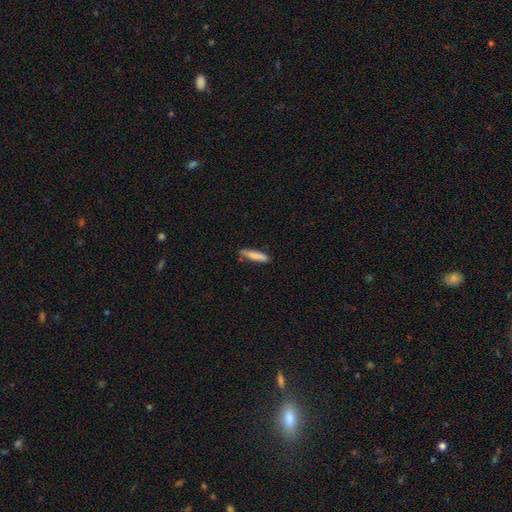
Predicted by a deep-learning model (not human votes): This is clearly a smooth galaxy (83%). How rounded: clearly cigar-shaped (83%). Merging: likely none (78%).